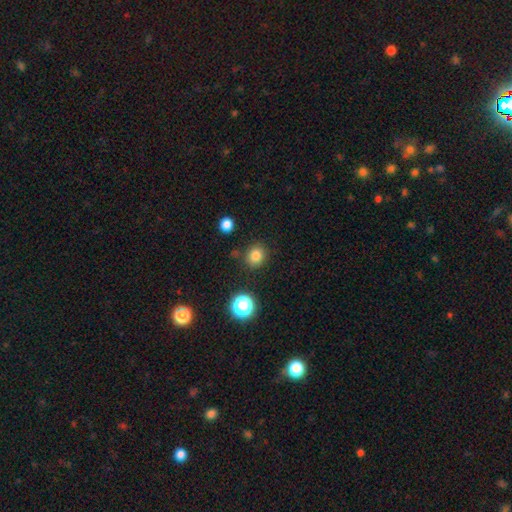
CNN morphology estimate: A smooth galaxy with no disk features (81%) that is round (81%).

Vote fractions:
- Smooth or featured? smooth: 81% / star or artifact: 14% / featured or disk: 5%
- How rounded? round: 81% / in between: 18% / cigar-shaped: 1%
- Merging? none: 85% / minor disturbance: 9% / merger: 3% / major disturbance: 3%